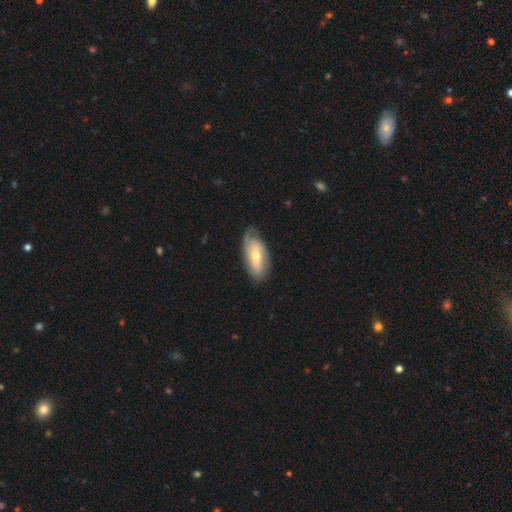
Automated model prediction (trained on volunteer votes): This is possibly a smooth galaxy (48%). Merging: likely none (63%).